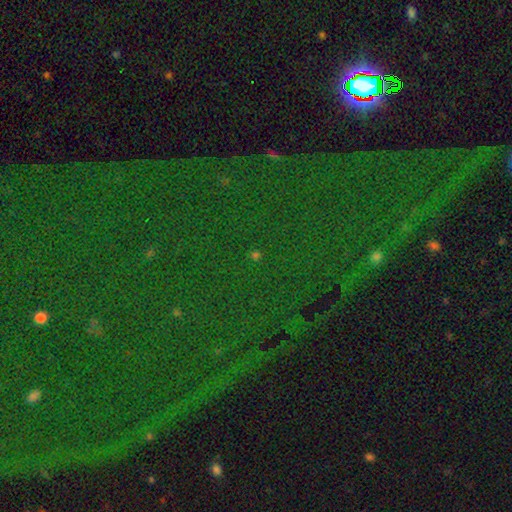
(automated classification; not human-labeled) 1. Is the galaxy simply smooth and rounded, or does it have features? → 70% star or artifact, 21% smooth, 9% featured or disk.